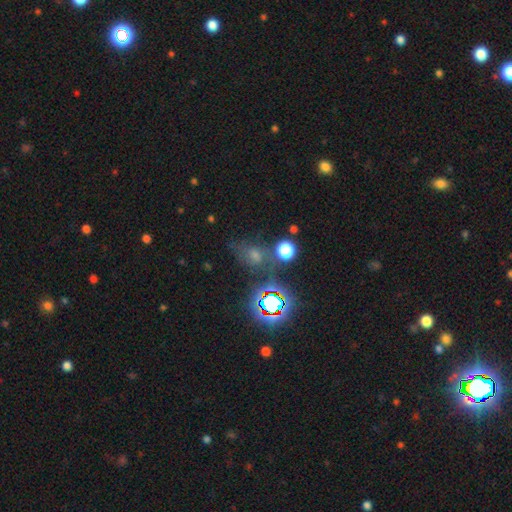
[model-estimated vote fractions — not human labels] The model was most divided on "smooth or featured": smooth: 49%, star or artifact: 37%, featured or disk: 14%. More confident: merging — none (54%).